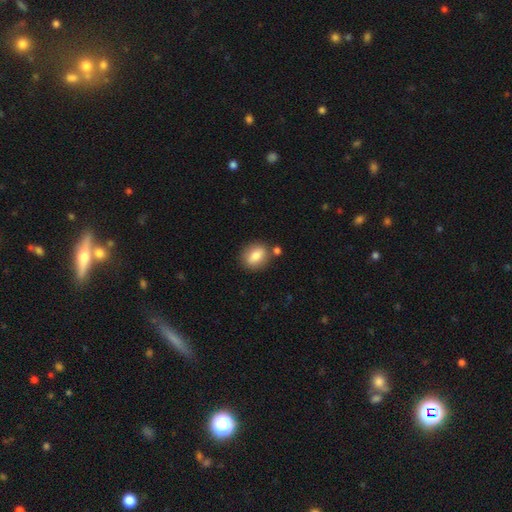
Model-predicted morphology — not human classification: Smooth or featured? Predicted: smooth (p=0.81). How rounded? Predicted: in between (p=0.60). Merging? Predicted: none (p=0.77).